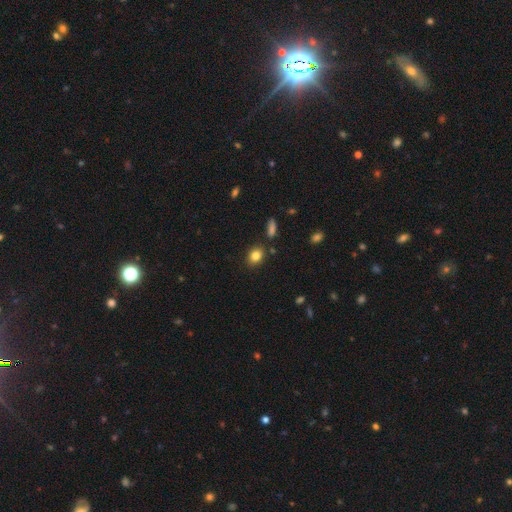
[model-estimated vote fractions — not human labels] A smooth galaxy with no disk features (83%) that is in between round and cigar-shaped (56%). Merging: none (84%).